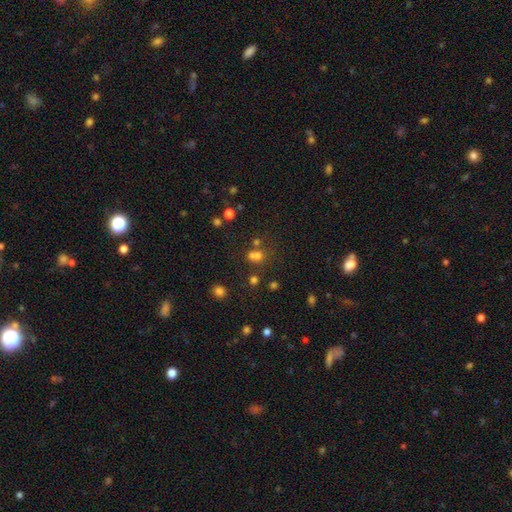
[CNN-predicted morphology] smooth_or_featured: smooth (p=0.63) [alt: star or artifact p=0.24]
how_rounded: round (p=0.74) [alt: in between p=0.25]
merging: merger (p=0.45) [alt: none p=0.42]